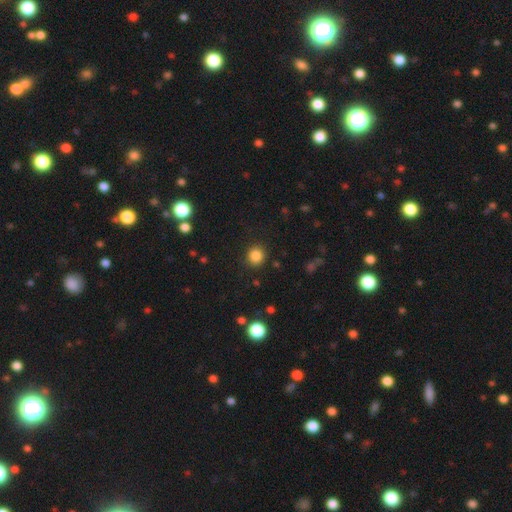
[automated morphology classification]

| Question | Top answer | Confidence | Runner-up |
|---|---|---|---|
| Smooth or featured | smooth | 84% | star or artifact (12%) |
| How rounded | round | 89% | in between (10%) |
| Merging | none | 89% | minor disturbance (7%) |